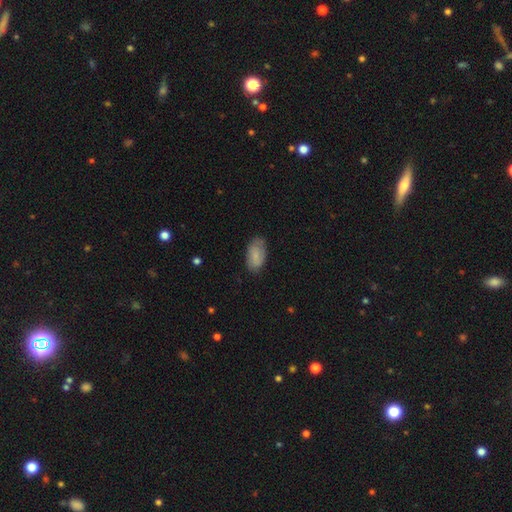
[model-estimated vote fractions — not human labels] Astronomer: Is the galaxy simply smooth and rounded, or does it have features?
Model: smooth — 80%.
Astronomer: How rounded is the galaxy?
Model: in between — 94%.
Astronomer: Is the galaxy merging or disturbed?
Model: none — 77%.